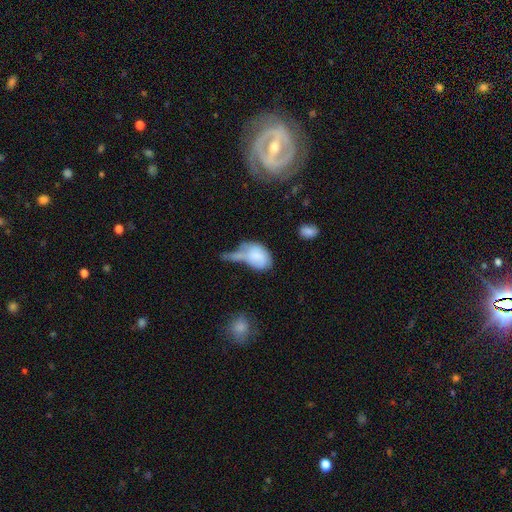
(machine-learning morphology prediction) A smooth galaxy with no disk features (71%) that is in between round and cigar-shaped (82%).

Vote fractions:
- Smooth or featured? smooth: 71% / featured or disk: 21% / star or artifact: 7%
- How rounded? in between: 82% / round: 17% / cigar-shaped: 2%
- Merging? merger: 37% / major disturbance: 29% / minor disturbance: 19% / none: 15%